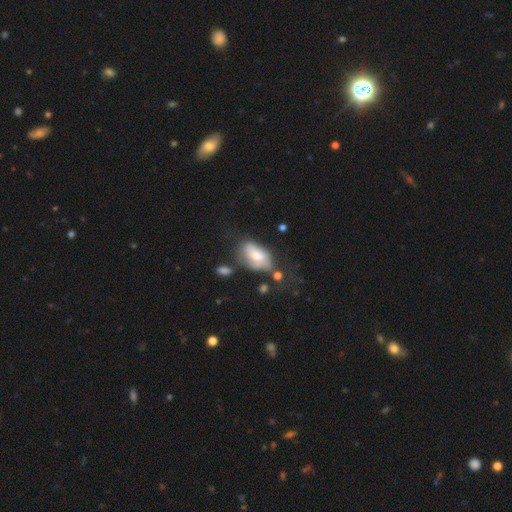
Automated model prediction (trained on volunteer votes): Smooth or featured? smooth (63%)
How rounded? in between (91%)
Merging? none (36%)